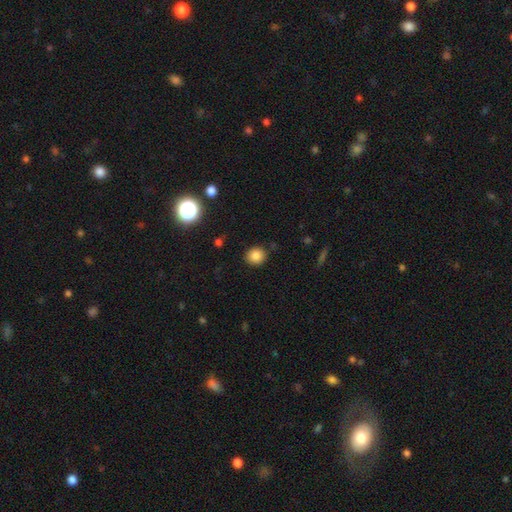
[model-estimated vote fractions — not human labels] smooth-or-featured: smooth: 84% | star or artifact: 11% | featured or disk: 5%
  how-rounded: round: 84% | in between: 15% | cigar-shaped: 1%
  merging: none: 87% | minor disturbance: 9% | major disturbance: 2% | merger: 2%